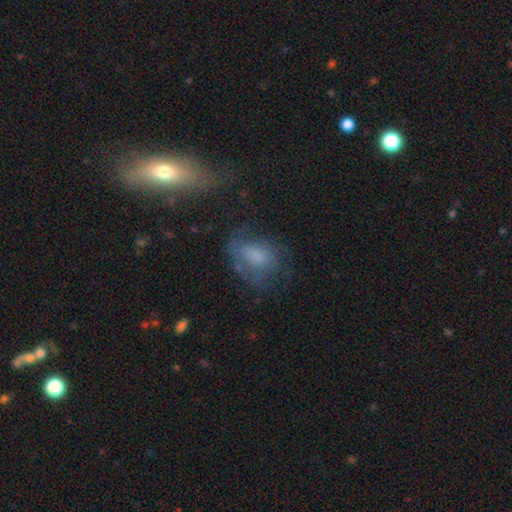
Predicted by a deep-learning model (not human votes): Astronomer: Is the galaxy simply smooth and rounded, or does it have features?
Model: smooth — 50% (runner-up: featured or disk, 37%).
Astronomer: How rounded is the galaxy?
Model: in between — 77%.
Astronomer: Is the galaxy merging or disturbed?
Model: none — 46% (runner-up: major disturbance, 25%).